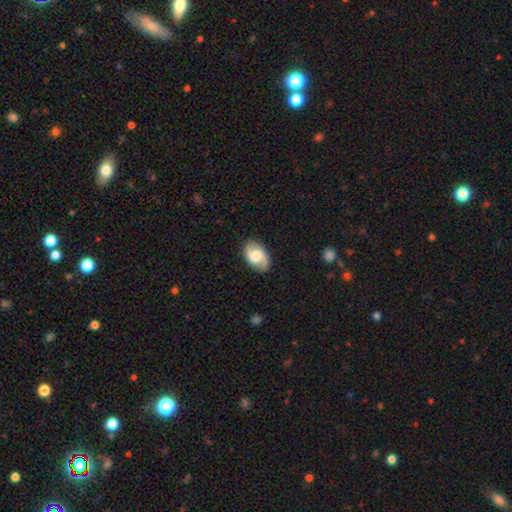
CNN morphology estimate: Smooth or featured?
  - featured or disk: 59% *
  - smooth: 34%
  - star or artifact: 7%
Edge-on disk?
  - no: 96% *
  - yes: 4%
Bar?
  - no: 48% *
  - weak: 43%
  - strong: 9%
Spiral arms?
  - yes: 88% *
  - no: 12%
Spiral winding?
  - medium: 45% *
  - loose: 34%
  - tight: 22%
Spiral arm count?
  - 2: 84% *
  - 1: 7%
  - can't tell: 6%
  - 3: 1%
  - 4: 1%
  - more than 4: 1%
Bulge size?
  - moderate: 47% *
  - large: 32%
  - small: 13%
  - none: 5%
  - dominant: 3%
Merging?
  - none: 82% *
  - minor disturbance: 13%
  - major disturbance: 3%
  - merger: 1%